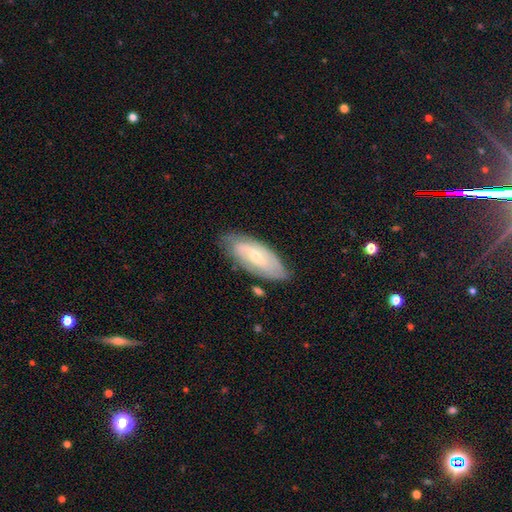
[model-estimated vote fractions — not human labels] smooth-or-featured: featured or disk: 66% | smooth: 27% | star or artifact: 6%
  disk-edge-on: no: 88% | yes: 12%
    bar: weak: 48% | no: 30% | strong: 22%
    has-spiral-arms: yes: 83% | no: 17%
    bulge-size: small: 59% | moderate: 36% | none: 2% | large: 2% | dominant: 1%
  merging: none: 75% | minor disturbance: 19% | major disturbance: 4% | merger: 2%